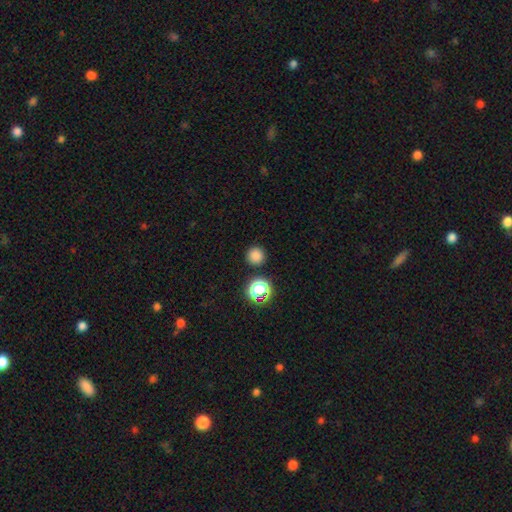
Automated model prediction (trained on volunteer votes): smooth 79%, star or artifact 17%, featured or disk 4%. Down the decision tree: how rounded — round (95%); merging — none (89%).